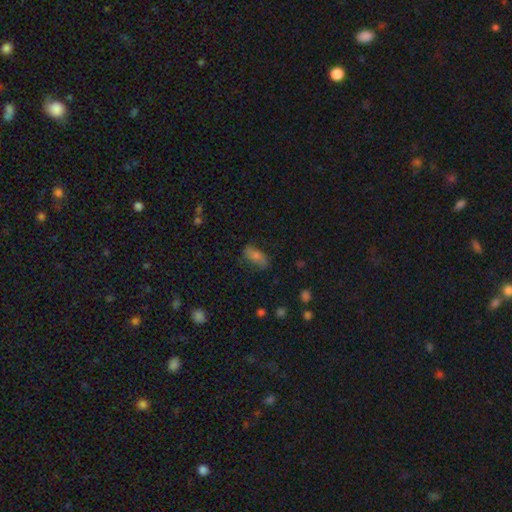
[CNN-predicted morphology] Q: Smooth or featured?
A: smooth (63%); runner-up: featured or disk (25%)
Q: How rounded?
A: in between (82%); runner-up: cigar-shaped (13%)
Q: Merging?
A: none (75%); runner-up: minor disturbance (18%)